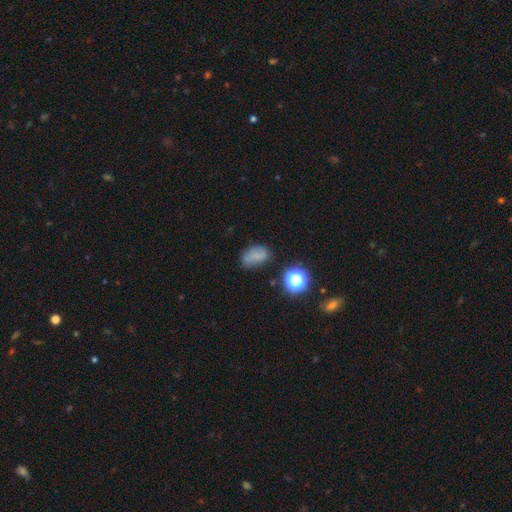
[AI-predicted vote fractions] smooth_or_featured: smooth (p=0.66) [alt: star or artifact p=0.19]
how_rounded: in between (p=0.81) [alt: round p=0.17]
merging: none (p=0.55) [alt: minor disturbance p=0.27]